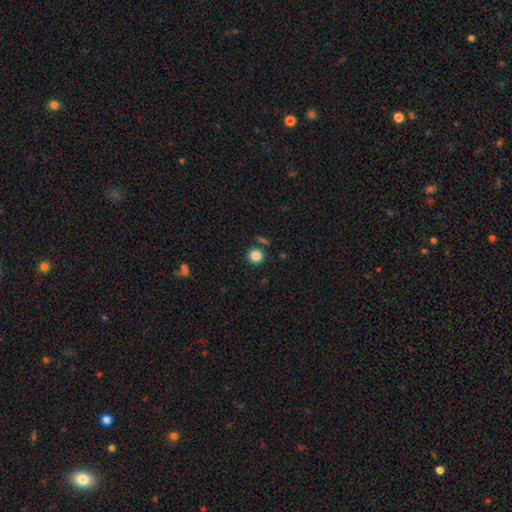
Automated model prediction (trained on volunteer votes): This is clearly a smooth galaxy (84%). How rounded: clearly round (94%). Merging: clearly none (86%).